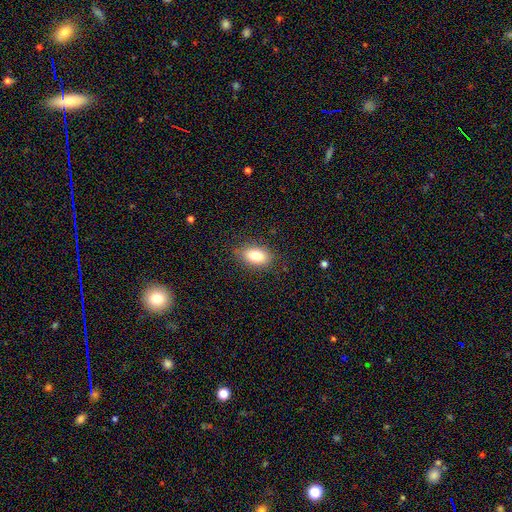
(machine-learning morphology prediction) smooth 82%, featured or disk 10%, star or artifact 8%. Down the decision tree: how rounded — in between (89%); merging — none (85%).